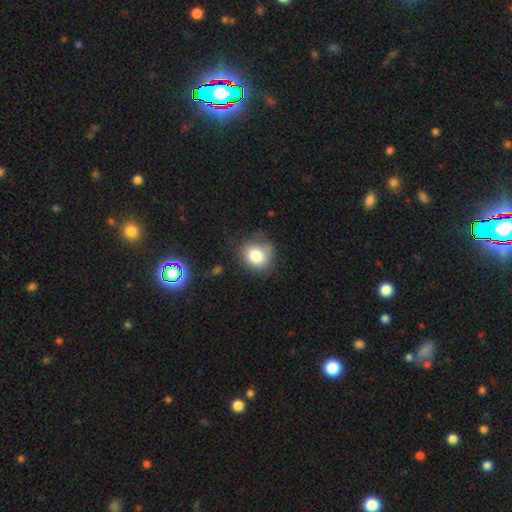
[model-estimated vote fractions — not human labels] Smooth or featured? Predicted: smooth (p=0.80). How rounded? Predicted: round (p=0.76). Merging? Predicted: none (p=0.64).